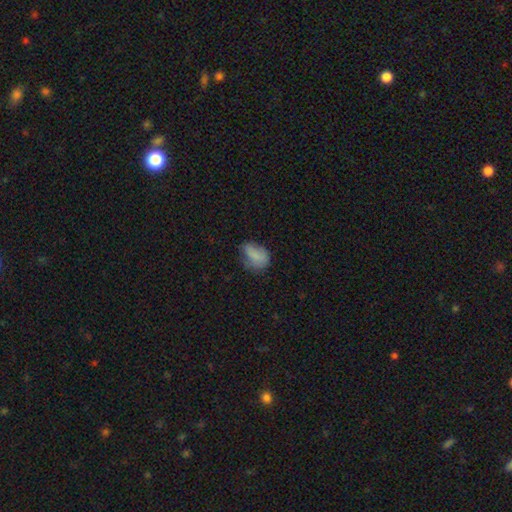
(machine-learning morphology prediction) Smooth or featured?
  - smooth: 77% *
  - featured or disk: 13%
  - star or artifact: 10%
How rounded?
  - in between: 80% *
  - round: 18%
  - cigar-shaped: 2%
Merging?
  - none: 47% *
  - minor disturbance: 34%
  - major disturbance: 17%
  - merger: 2%